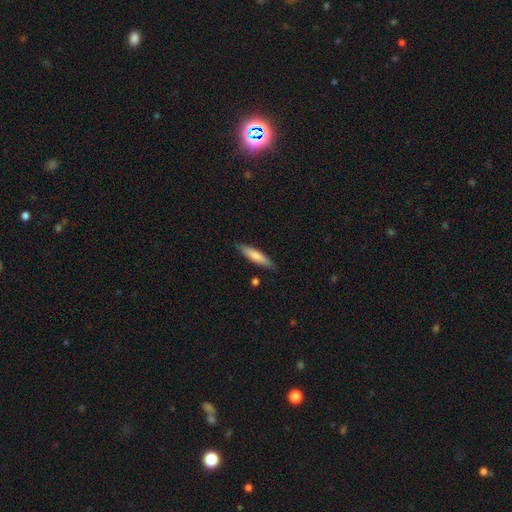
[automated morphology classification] Q: Smooth or featured?
A: smooth (73%); runner-up: featured or disk (21%)
Q: How rounded?
A: cigar-shaped (78%); runner-up: in between (21%)
Q: Merging?
A: none (84%); runner-up: minor disturbance (12%)